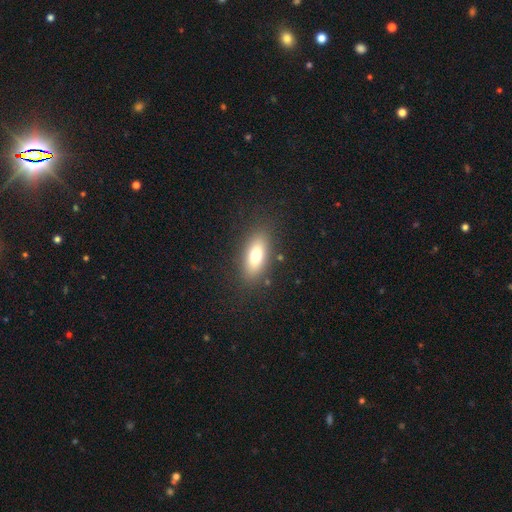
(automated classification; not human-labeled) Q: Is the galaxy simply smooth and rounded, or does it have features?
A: smooth — 72%.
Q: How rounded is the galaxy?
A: in between — 78%.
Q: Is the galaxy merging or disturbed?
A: none — 84%.